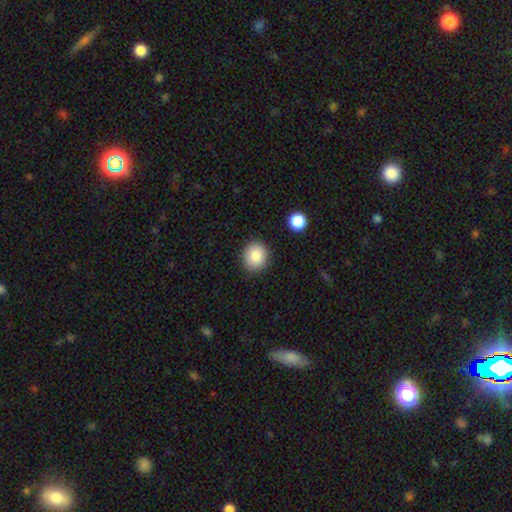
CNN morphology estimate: Q: Smooth or featured?
A: smooth (86%); runner-up: star or artifact (8%)
Q: How rounded?
A: round (74%); runner-up: in between (25%)
Q: Merging?
A: none (87%); runner-up: minor disturbance (9%)